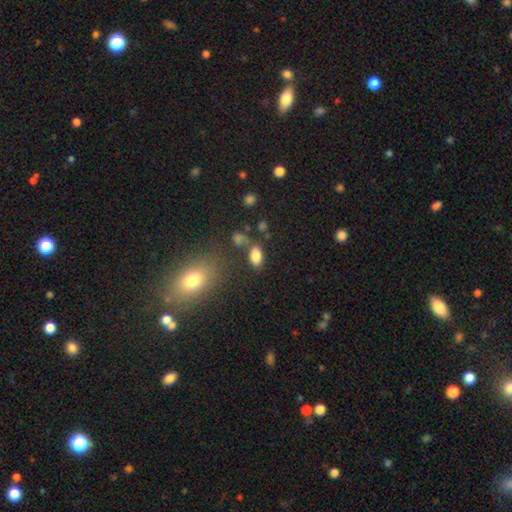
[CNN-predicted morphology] smooth 84%, star or artifact 10%, featured or disk 6%. Down the decision tree: how rounded — in between (90%); merging — none (65%).